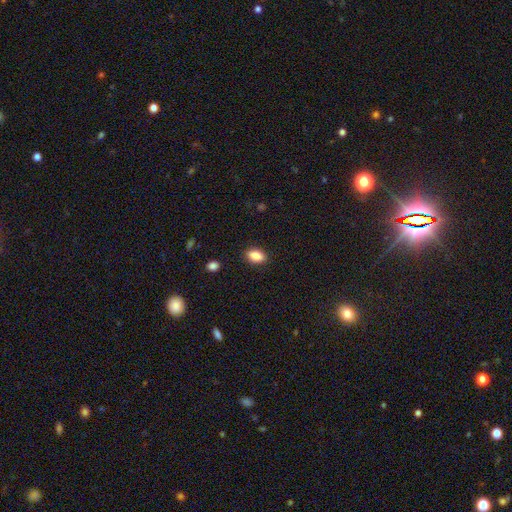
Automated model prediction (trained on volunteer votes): smooth 87%, star or artifact 8%, featured or disk 5%. Down the decision tree: how rounded — in between (88%); merging — none (88%).